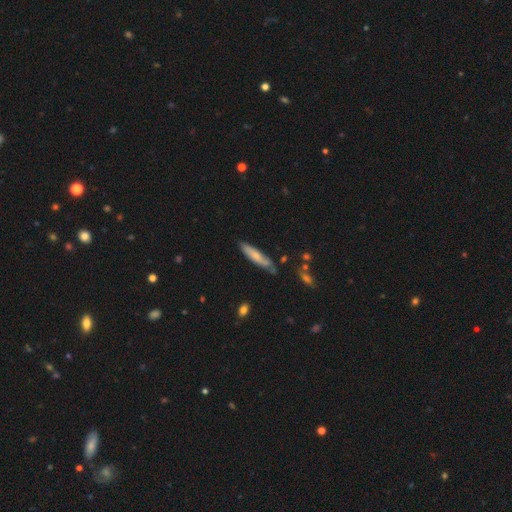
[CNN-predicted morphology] smooth_or_featured: smooth (p=0.62) [alt: featured or disk p=0.31]
how_rounded: cigar-shaped (p=0.80) [alt: in between p=0.18]
merging: none (p=0.66) [alt: minor disturbance p=0.25]